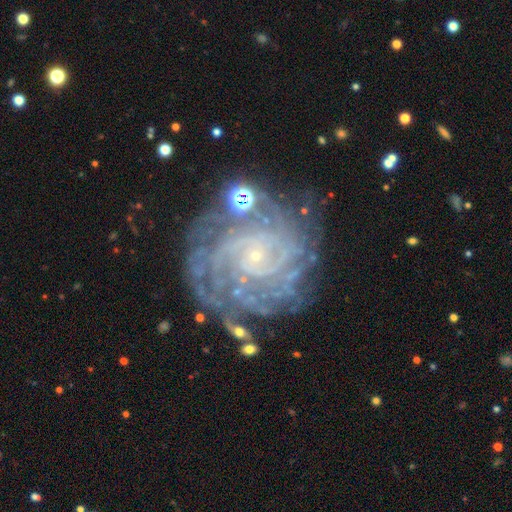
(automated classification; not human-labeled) Smooth or featured? featured or disk (88%)
Edge-on disk? no (98%)
Bar? no (74%)
Spiral arms? yes (97%)
Spiral winding? tight (80%)
Spiral arm count? 4 (23%, tied with can't tell)
Bulge size? small (89%)
Merging? none (71%)